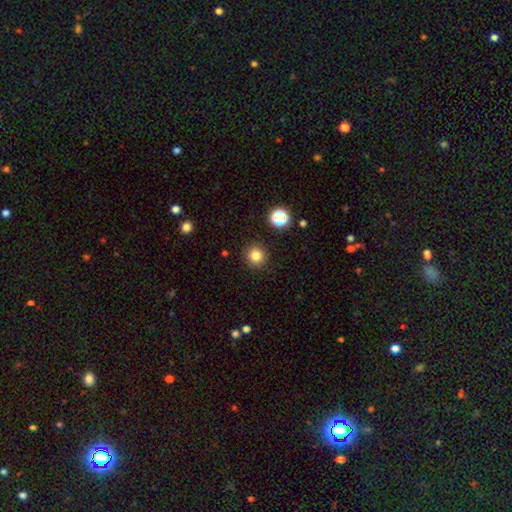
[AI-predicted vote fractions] A smooth galaxy with no disk features (81%) that is round (94%). Merging: none (90%).